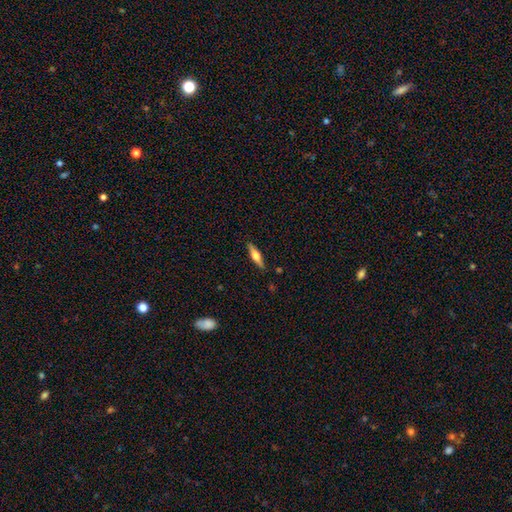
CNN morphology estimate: Overall: featured or disk (54%; smooth 40%). Edge-on disk: yes (95%). Edge-on bulge: rounded (89%). Merging: none (87%).